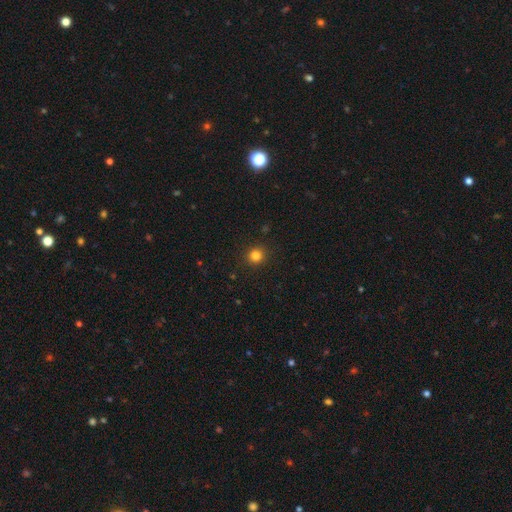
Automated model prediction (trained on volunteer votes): smooth 82%, star or artifact 14%, featured or disk 4%. Down the decision tree: how rounded — round (93%); merging — none (92%).